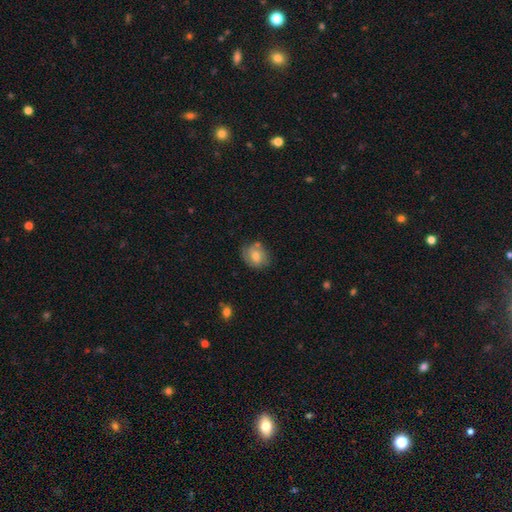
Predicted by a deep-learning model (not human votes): A smooth galaxy with no disk features (61%) that is round (65%). Merging: none (68%).